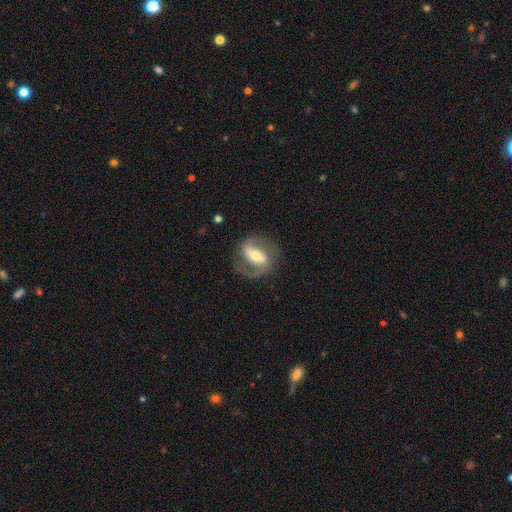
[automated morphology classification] smooth-or-featured: featured or disk: 81% | smooth: 14% | star or artifact: 5%
  disk-edge-on: no: 94% | yes: 6%
    bar: strong: 60% | weak: 27% | no: 13%
    has-spiral-arms: yes: 89% | no: 11%
      spiral-winding: medium: 50% | tight: 27% | loose: 23%
      spiral-arm-count: 2: 84% | 1: 8% | can't tell: 5% | 3: 1% | 4: 1% | more than 4: 1%
    bulge-size: moderate: 56% | small: 34% | large: 7% | none: 1% | dominant: 1%
  merging: none: 75% | minor disturbance: 14% | major disturbance: 10% | merger: 1%